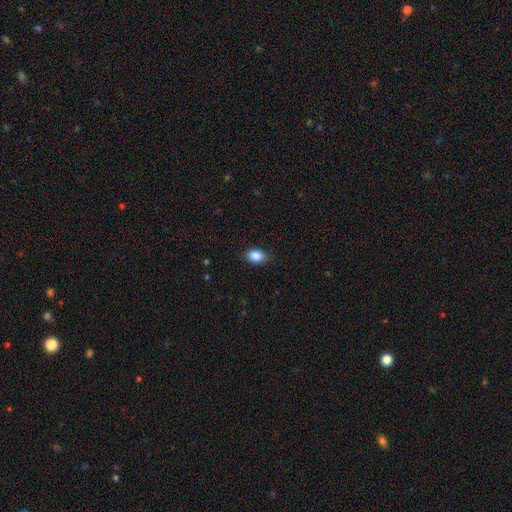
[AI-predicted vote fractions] A smooth galaxy with no disk features (87%) that is in between round and cigar-shaped (83%). Merging: none (84%).